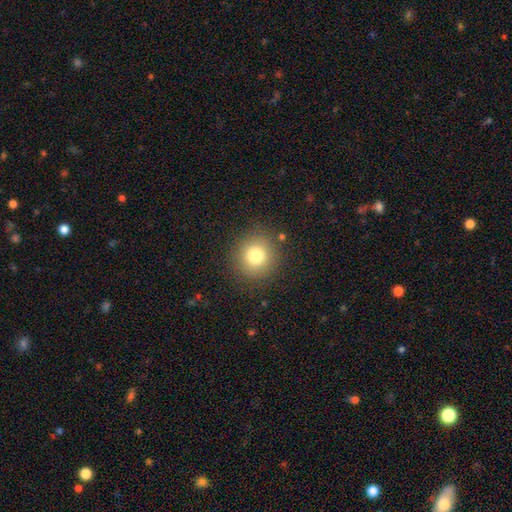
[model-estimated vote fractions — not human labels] smooth 79%, star or artifact 12%, featured or disk 9%. Down the decision tree: how rounded — round (92%); merging — none (87%).